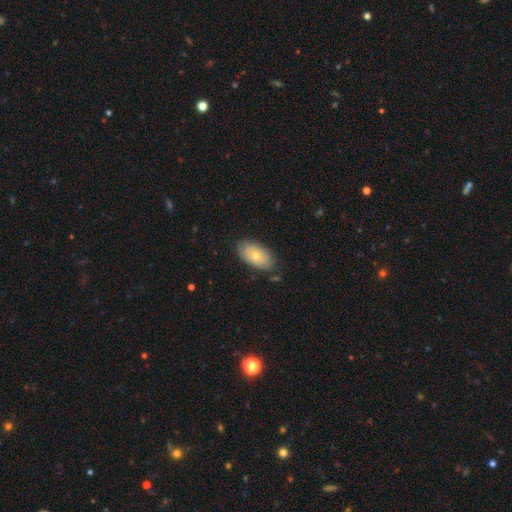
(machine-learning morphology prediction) A smooth galaxy with no disk features (66%) that is in between round and cigar-shaped (93%).

Vote fractions:
- Smooth or featured? smooth: 66% / featured or disk: 28% / star or artifact: 7%
- How rounded? in between: 93% / round: 5% / cigar-shaped: 2%
- Merging? none: 79% / minor disturbance: 15% / major disturbance: 3% / merger: 2%